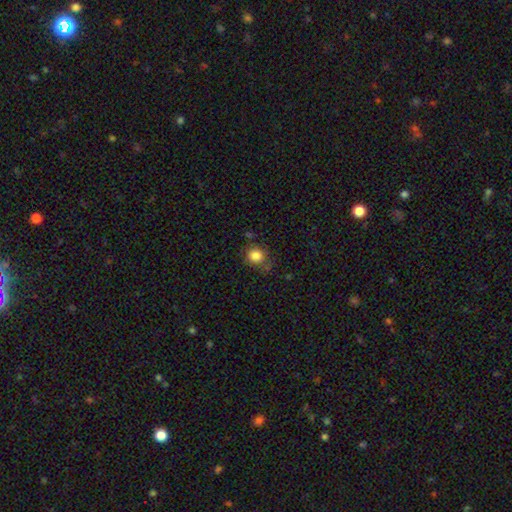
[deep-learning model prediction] Smooth or featured: smooth — 84% (star or artifact — 10%)
How rounded: round — 84% (in between — 15%)
Merging: none — 73% (minor disturbance — 17%)